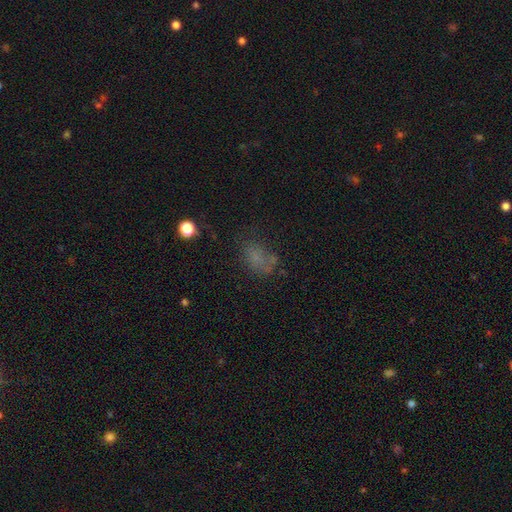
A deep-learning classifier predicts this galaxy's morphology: A smooth galaxy with no disk features (59%) that is in between round and cigar-shaped (76%). Merging: none (50%).